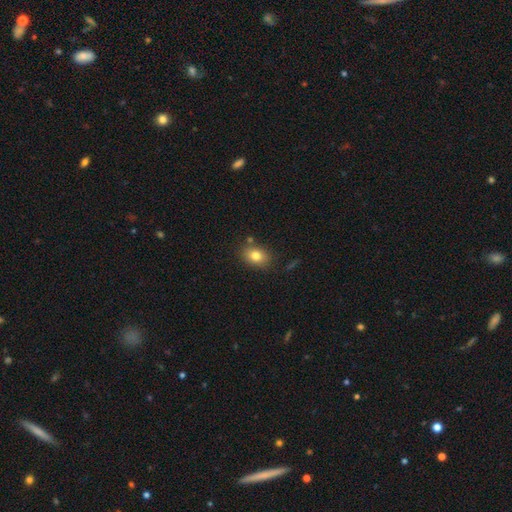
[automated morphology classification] A smooth galaxy with no disk features (80%) that is in between round and cigar-shaped (66%). Merging: none (79%).